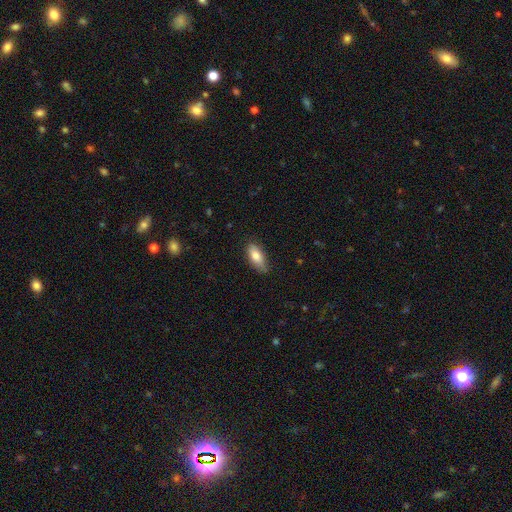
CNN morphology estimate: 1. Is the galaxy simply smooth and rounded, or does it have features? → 79% smooth, 14% featured or disk, 7% star or artifact.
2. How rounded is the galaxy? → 80% in between, 17% cigar-shaped, 3% round.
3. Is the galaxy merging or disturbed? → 74% none, 22% minor disturbance, 3% major disturbance, 1% merger.